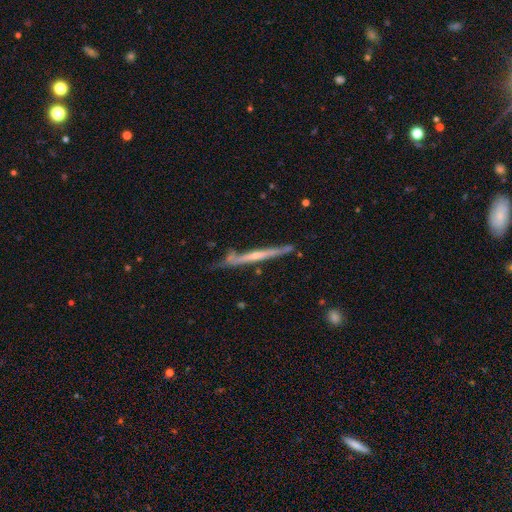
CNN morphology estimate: A featured or disk galaxy (69%) viewed edge-on (95%) with no central bulge (53%).

Vote fractions:
- Smooth or featured? featured or disk: 69% / smooth: 25% / star or artifact: 6%
- Edge-on disk? yes: 95% / no: 5%
- Edge-on bulge? none: 53% / rounded: 40% / boxy: 7%
- Merging? none: 69% / minor disturbance: 21% / merger: 5% / major disturbance: 4%